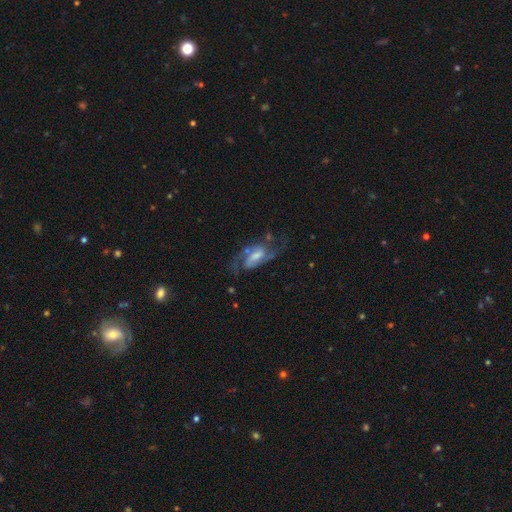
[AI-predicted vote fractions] Smooth or featured? Predicted: featured or disk (p=0.85). Edge-on disk? Predicted: no (p=0.96). Bar? Predicted: weak (p=0.48). Spiral arms? Predicted: yes (p=0.96). Spiral winding? Predicted: medium (p=0.53). Spiral arm count? Predicted: 2 (p=0.88). Bulge size? Predicted: moderate (p=0.36). Merging? Predicted: none (p=0.60).